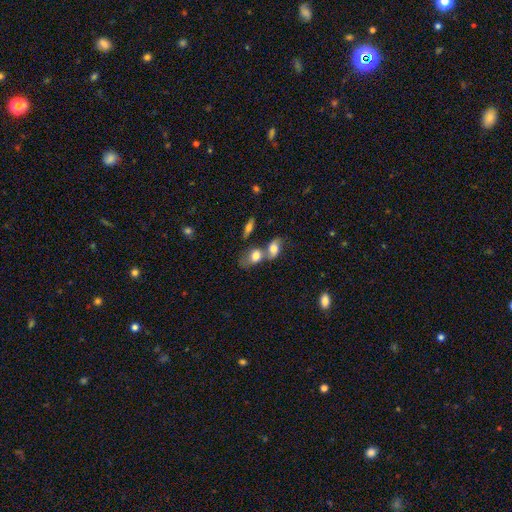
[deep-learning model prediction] This is likely a smooth galaxy (73%). How rounded: likely in between (77%). Merging: possibly merger (54%).